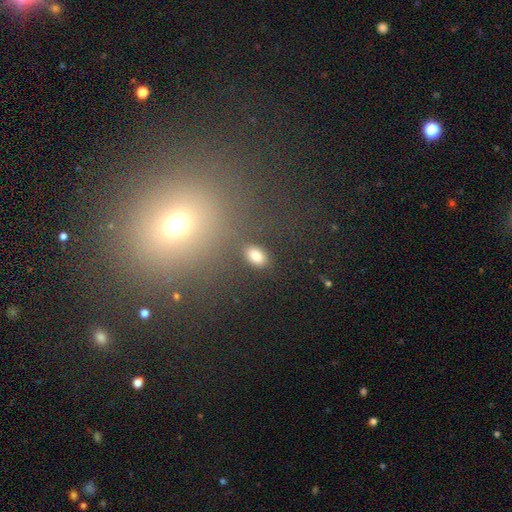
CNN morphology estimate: smooth 81%, star or artifact 12%, featured or disk 6%. Down the decision tree: how rounded — in between (87%); merging — none (84%).